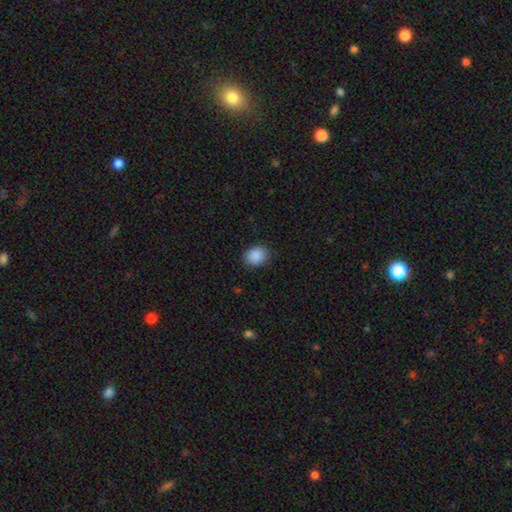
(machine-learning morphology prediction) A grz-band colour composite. It shows a smooth galaxy with no disk features (89%) that is in between round and cigar-shaped (55%). Merging: none (85%).